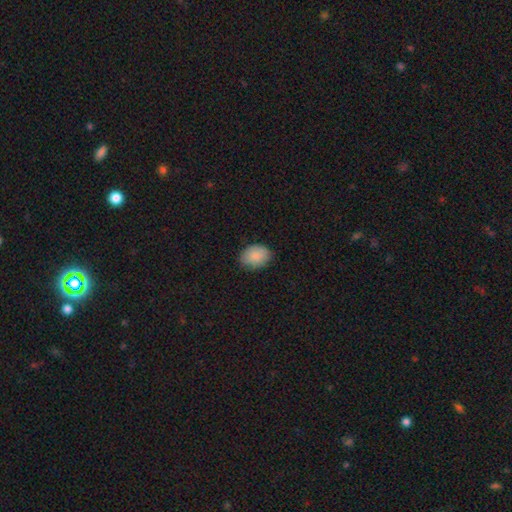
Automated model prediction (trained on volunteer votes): The model was most divided on "how rounded": in between: 69%, round: 30%, cigar-shaped: 1%. More confident: smooth or featured — smooth (88%); merging — none (83%).